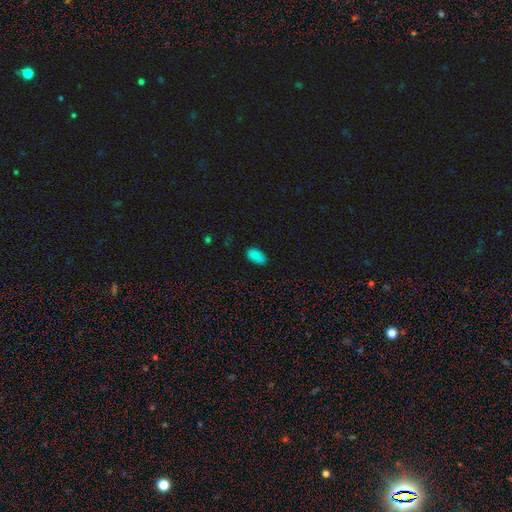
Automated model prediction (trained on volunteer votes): Overall: smooth (85%). How rounded: in between (94%). Merging: none (82%).